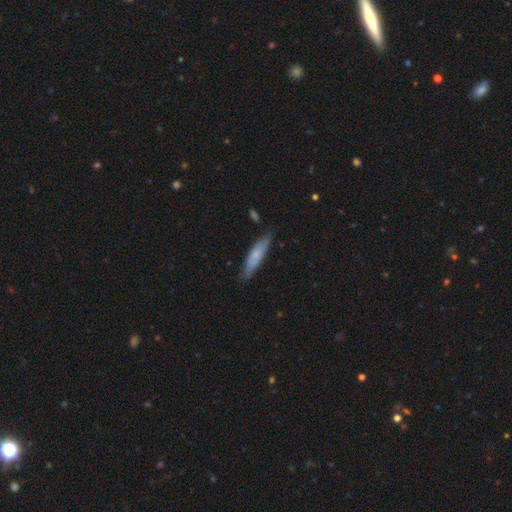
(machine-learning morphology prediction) This is likely a smooth galaxy (68%). How rounded: clearly cigar-shaped (81%). Merging: clearly none (82%).